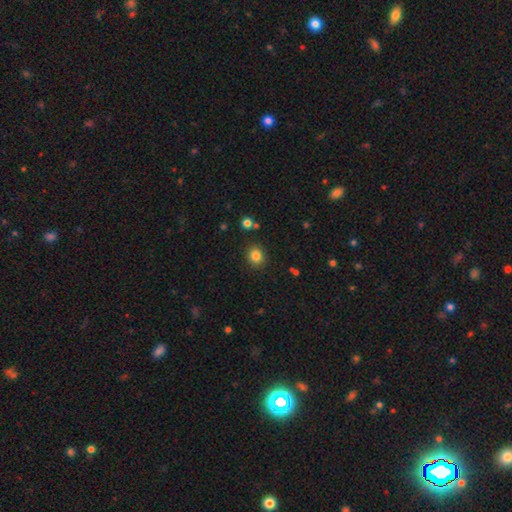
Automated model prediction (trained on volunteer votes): The model was most divided on "how rounded": round: 76%, in between: 23%, cigar-shaped: 1%. More confident: merging — none (88%); smooth or featured — smooth (83%).